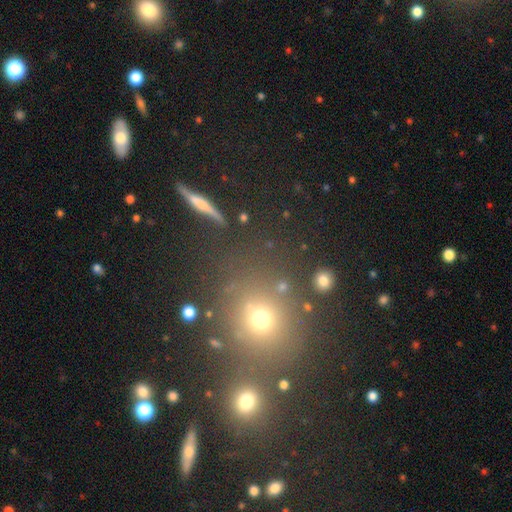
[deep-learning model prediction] Smooth or featured?
  - smooth: 48% *
  - star or artifact: 36%
  - featured or disk: 16%
Merging?
  - none: 78% *
  - minor disturbance: 10%
  - merger: 8%
  - major disturbance: 4%